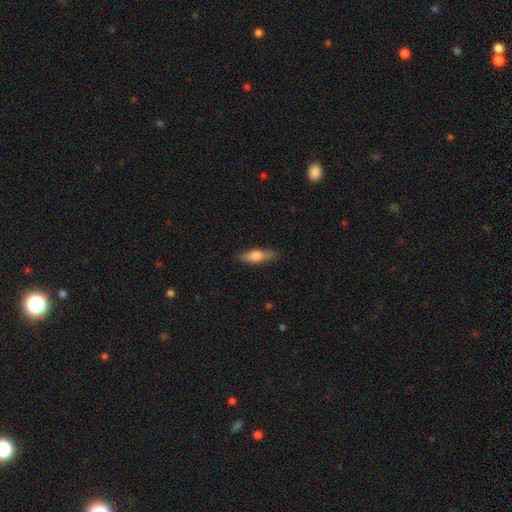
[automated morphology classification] This appears to be a smooth galaxy with no disk features (67%) that is cigar-shaped (51%). Merging: none (84%).